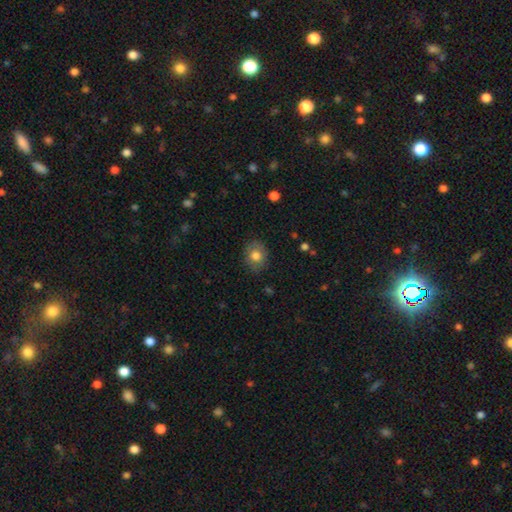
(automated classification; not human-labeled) smooth-or-featured: smooth: 77% | featured or disk: 15% | star or artifact: 9%
  how-rounded: round: 57% | in between: 42% | cigar-shaped: 1%
  merging: none: 82% | minor disturbance: 13% | major disturbance: 4% | merger: 1%